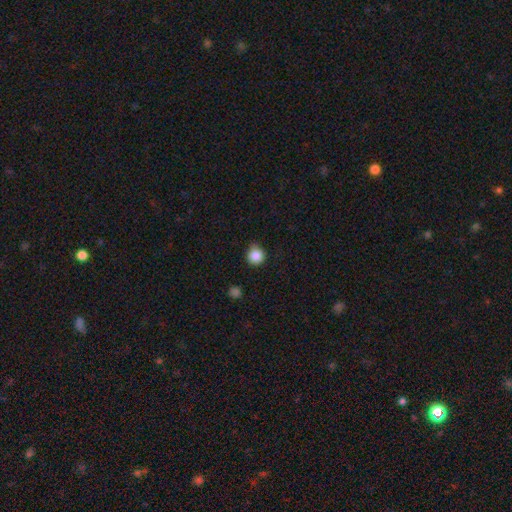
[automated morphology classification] A smooth galaxy with no disk features (86%) that is round (91%).

Vote fractions:
- Smooth or featured? smooth: 86% / star or artifact: 10% / featured or disk: 4%
- How rounded? round: 91% / in between: 9% / cigar-shaped: 1%
- Merging? none: 74% / minor disturbance: 21% / major disturbance: 4% / merger: 2%